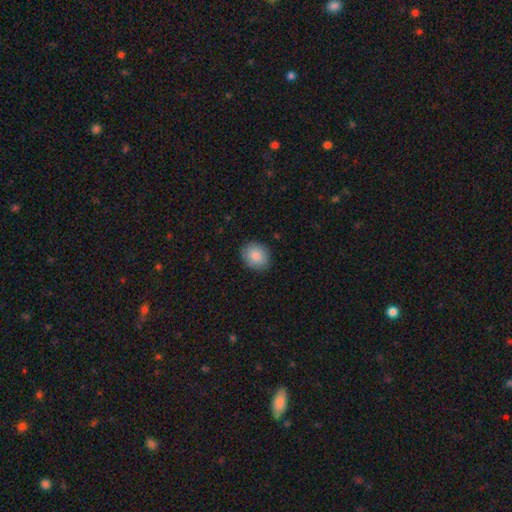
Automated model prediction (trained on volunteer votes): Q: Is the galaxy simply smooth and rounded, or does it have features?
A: smooth — 86%.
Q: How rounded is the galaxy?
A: round — 68%.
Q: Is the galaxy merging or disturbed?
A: none — 87%.